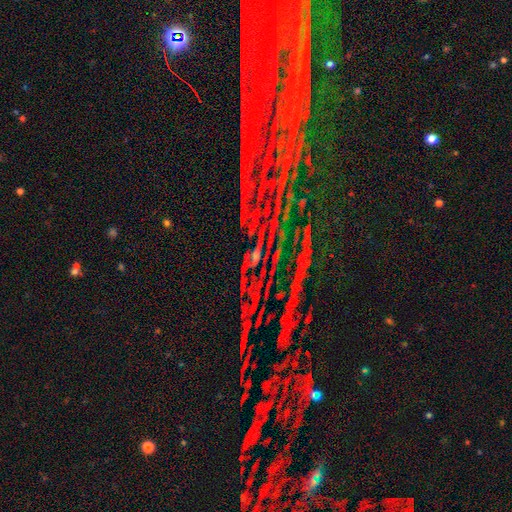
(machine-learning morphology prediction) Overall: star or artifact (75%).